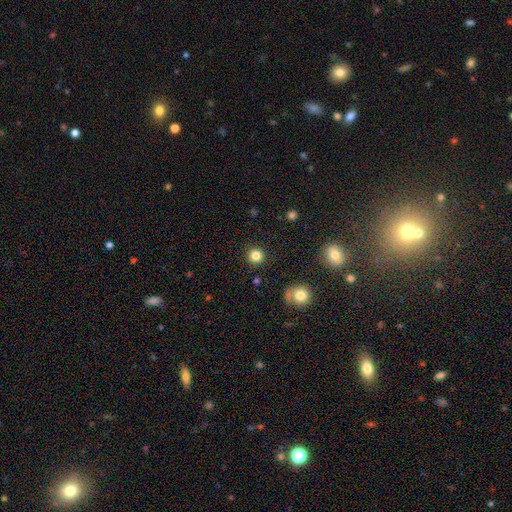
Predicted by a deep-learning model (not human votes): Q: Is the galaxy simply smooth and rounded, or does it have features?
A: smooth — 84%.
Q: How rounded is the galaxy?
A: round — 94%.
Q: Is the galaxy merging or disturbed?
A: none — 91%.